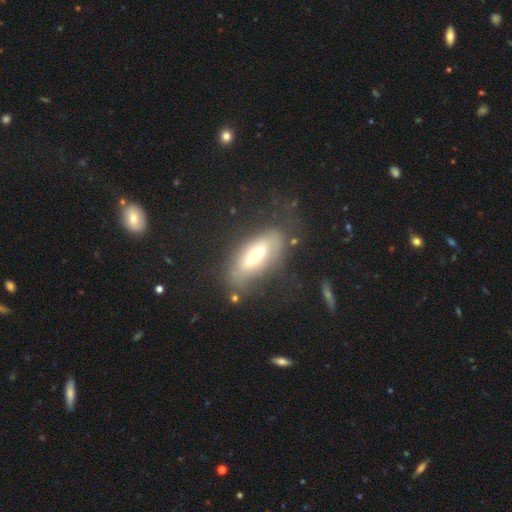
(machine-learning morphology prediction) Smooth or featured? Predicted: featured or disk (p=0.49). Merging? Predicted: none (p=0.60).